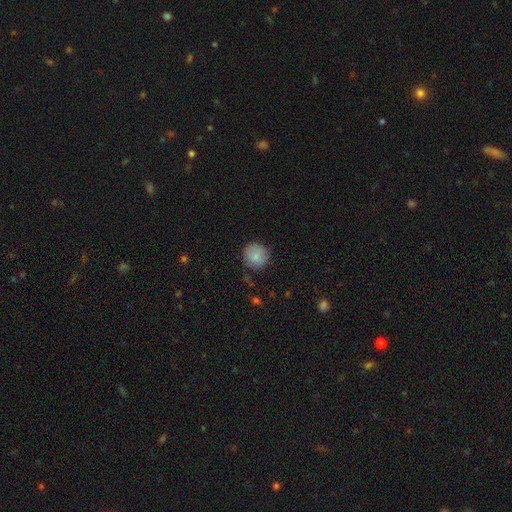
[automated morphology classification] Smooth or featured?
  - smooth: 84% *
  - featured or disk: 8%
  - star or artifact: 8%
How rounded?
  - round: 93% *
  - in between: 6%
  - cigar-shaped: 1%
Merging?
  - none: 82% *
  - minor disturbance: 14%
  - major disturbance: 3%
  - merger: 1%